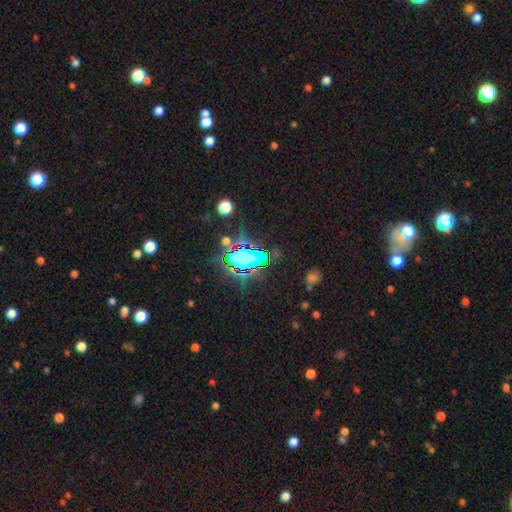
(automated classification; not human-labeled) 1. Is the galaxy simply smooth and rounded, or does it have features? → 81% star or artifact, 11% smooth, 8% featured or disk.